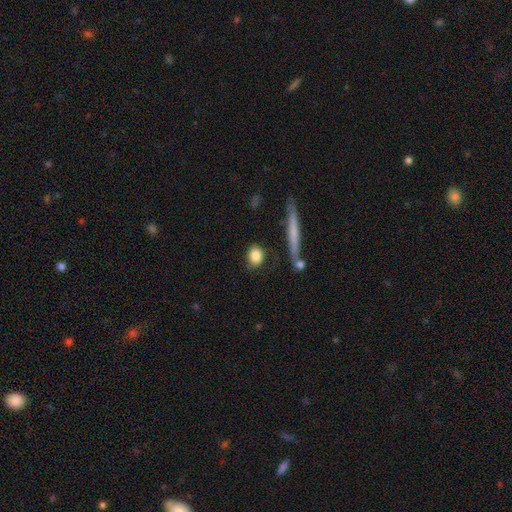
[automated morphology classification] Smooth or featured? Predicted: smooth (p=0.84). How rounded? Predicted: round (p=0.53). Merging? Predicted: none (p=0.76).